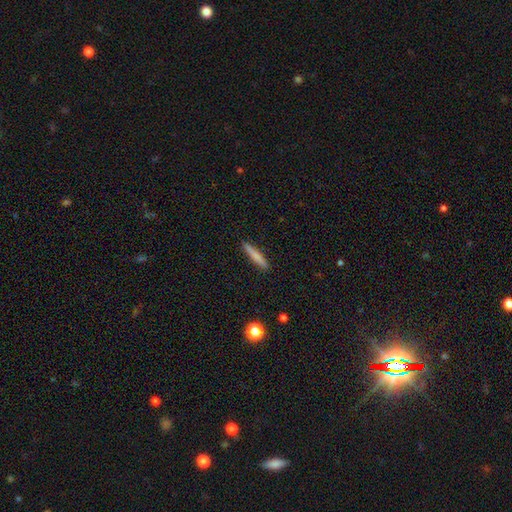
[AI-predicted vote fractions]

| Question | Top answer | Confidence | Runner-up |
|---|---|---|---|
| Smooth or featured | smooth | 75% | featured or disk (18%) |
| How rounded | cigar-shaped | 94% | in between (5%) |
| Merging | none | 91% | minor disturbance (7%) |